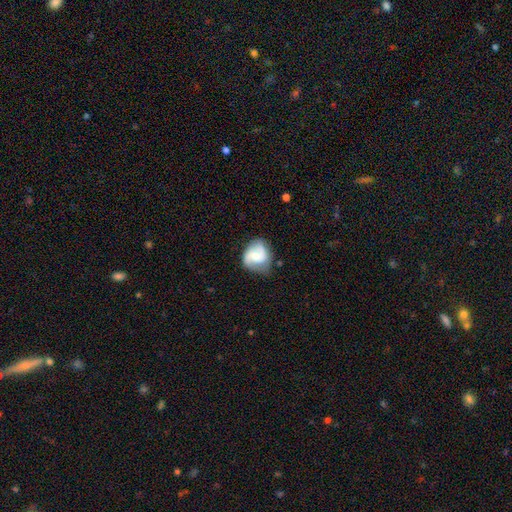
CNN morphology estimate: A featured or disk galaxy (70%) with a weak bar (45%, tied with no), 2 (84%) medium (48%) spiral arms (94%) and a small central bulge (45%). Merging: none (67%).